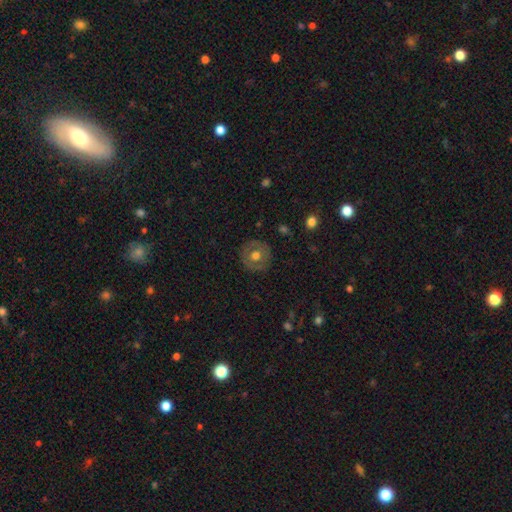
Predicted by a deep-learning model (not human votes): Morphology: type=smooth (56%); roundness=round (92%); merging=none (87%).